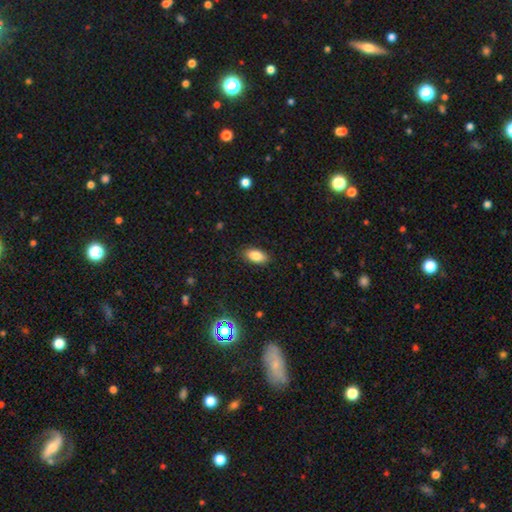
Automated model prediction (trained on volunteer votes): Smooth or featured?
  - smooth: 83% *
  - star or artifact: 9%
  - featured or disk: 7%
How rounded?
  - in between: 91% *
  - cigar-shaped: 5%
  - round: 4%
Merging?
  - none: 88% *
  - minor disturbance: 9%
  - major disturbance: 2%
  - merger: 1%